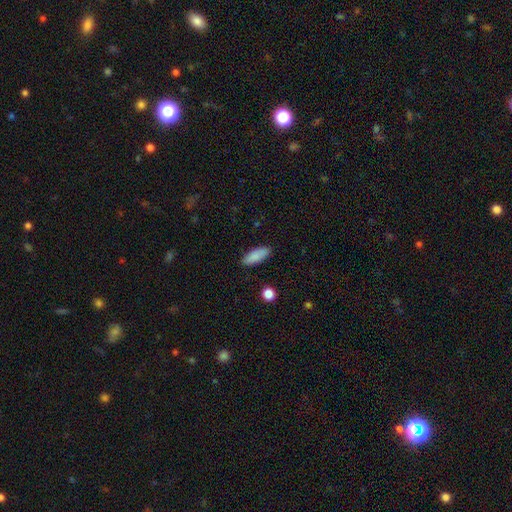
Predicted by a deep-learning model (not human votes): smooth_or_featured: smooth (p=0.87) [alt: featured or disk p=0.07]
how_rounded: in between (p=0.69) [alt: cigar-shaped p=0.29]
merging: none (p=0.88) [alt: minor disturbance p=0.09]